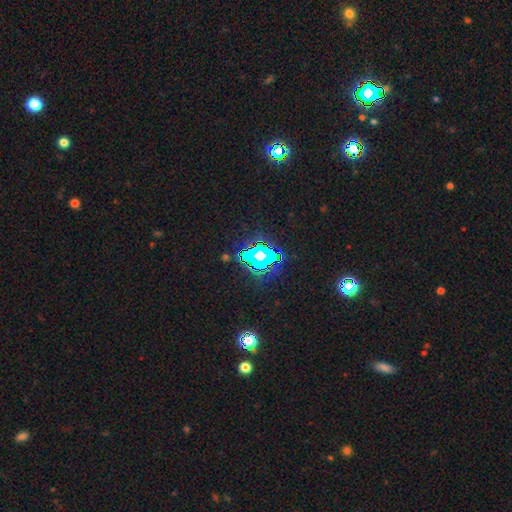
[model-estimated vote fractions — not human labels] star or artifact 72%, smooth 16%, featured or disk 12%.